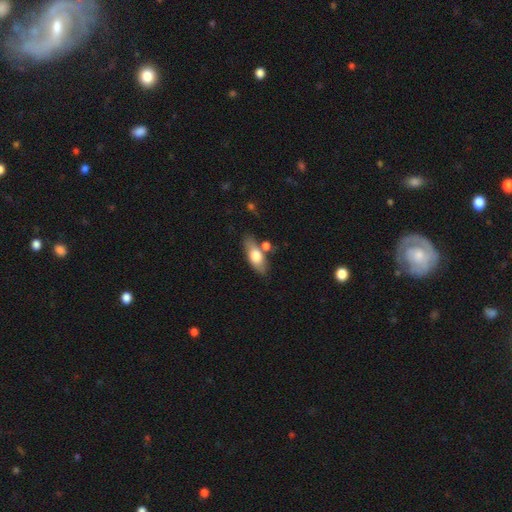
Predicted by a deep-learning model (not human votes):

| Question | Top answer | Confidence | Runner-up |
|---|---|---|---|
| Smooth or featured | smooth | 66% | featured or disk (28%) |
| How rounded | in between | 74% | cigar-shaped (21%) |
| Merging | none | 68% | minor disturbance (14%) |